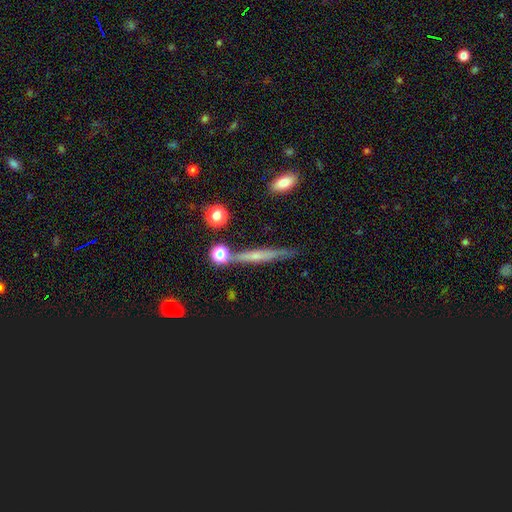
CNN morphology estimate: A featured or disk galaxy (45%).

Vote fractions:
- Smooth or featured? featured or disk: 45% / smooth: 40% / star or artifact: 14%
- Merging? none: 78% / minor disturbance: 13% / merger: 6% / major disturbance: 3%